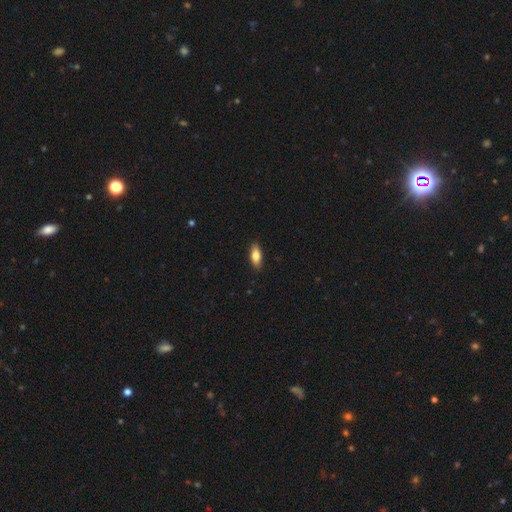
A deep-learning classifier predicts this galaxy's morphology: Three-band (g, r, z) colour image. It shows a smooth galaxy with no disk features (81%) that is in between round and cigar-shaped (79%). Merging: none (89%).